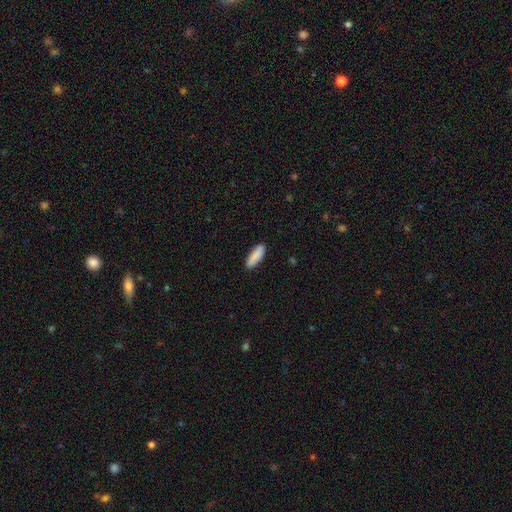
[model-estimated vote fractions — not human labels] smooth 89%, star or artifact 6%, featured or disk 5%. Down the decision tree: how rounded — in between (51%); merging — none (88%).